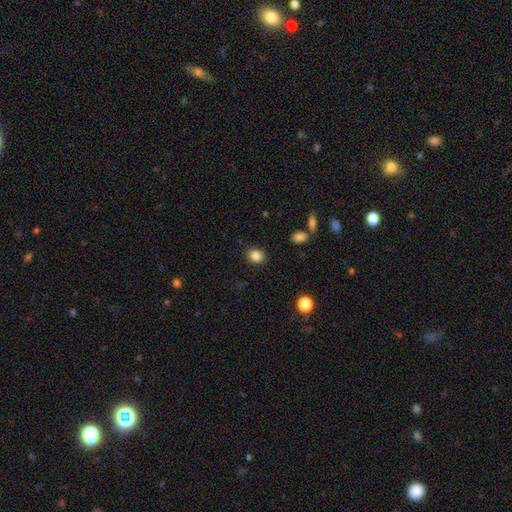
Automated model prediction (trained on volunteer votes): Overall: smooth (85%). How rounded: round (60%; in between 39%). Merging: none (89%).